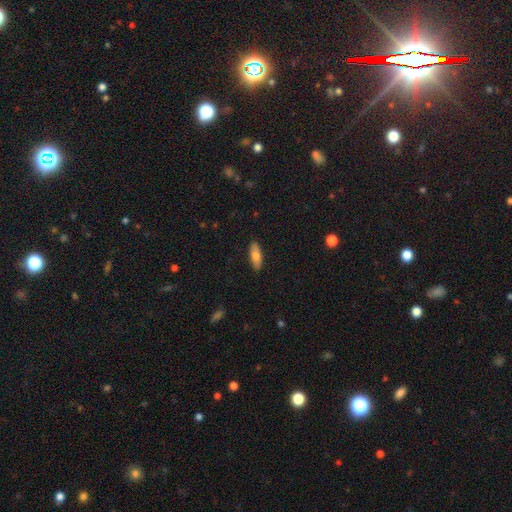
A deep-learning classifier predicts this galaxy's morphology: smooth_or_featured: smooth (p=0.74) [alt: featured or disk p=0.20]
how_rounded: in between (p=0.62) [alt: cigar-shaped p=0.35]
merging: none (p=0.89) [alt: minor disturbance p=0.08]